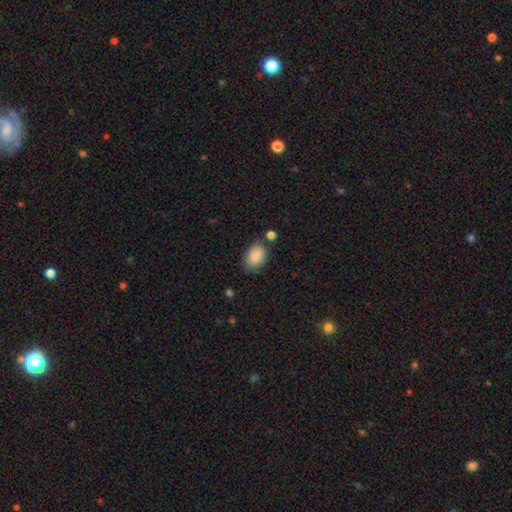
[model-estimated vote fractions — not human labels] Smooth or featured? smooth (88%)
How rounded? in between (86%)
Merging? none (74%)